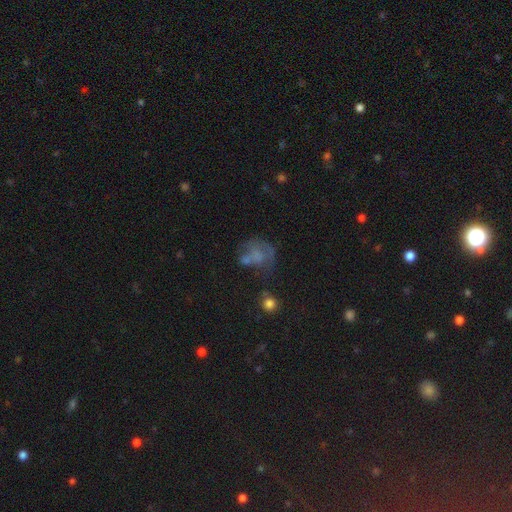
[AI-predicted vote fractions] smooth_or_featured: smooth (p=0.43) [alt: featured or disk p=0.36]
merging: none (p=0.32) [alt: major disturbance p=0.31]